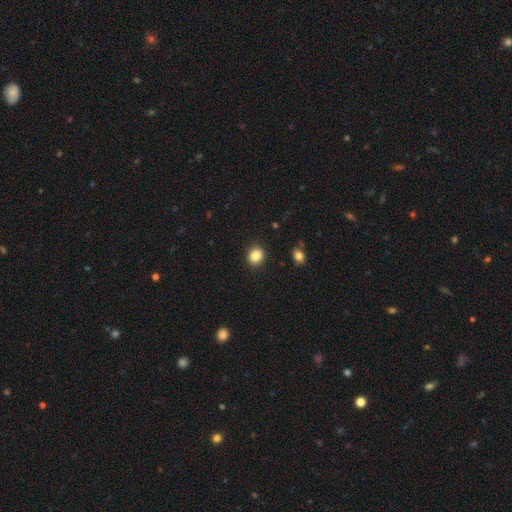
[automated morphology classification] smooth_or_featured: smooth (p=0.85) [alt: star or artifact p=0.10]
how_rounded: round (p=0.80) [alt: in between p=0.19]
merging: none (p=0.90) [alt: minor disturbance p=0.06]